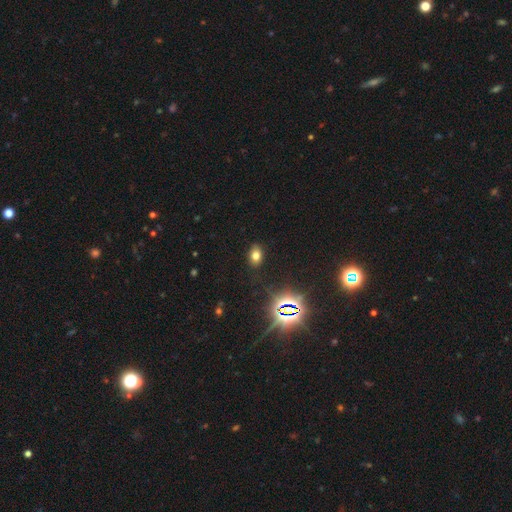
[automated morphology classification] smooth_or_featured: smooth (p=0.69) [alt: star or artifact p=0.23]
how_rounded: in between (p=0.78) [alt: round p=0.21]
merging: none (p=0.86) [alt: minor disturbance p=0.10]